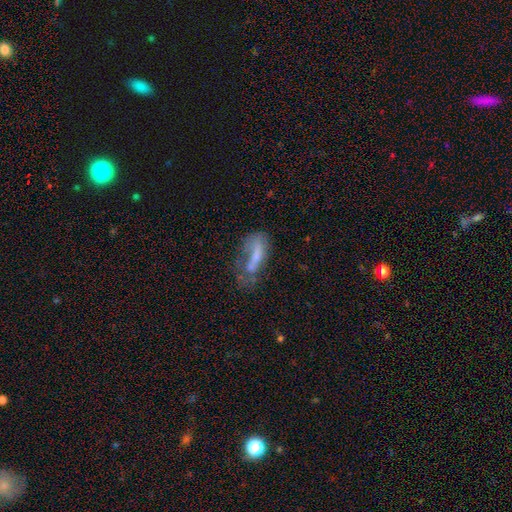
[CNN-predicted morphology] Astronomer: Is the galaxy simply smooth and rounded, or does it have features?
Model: smooth — 51% (runner-up: featured or disk, 39%).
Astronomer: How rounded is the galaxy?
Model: in between — 61%.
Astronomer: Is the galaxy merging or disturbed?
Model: major disturbance — 38% (runner-up: none, 28%).